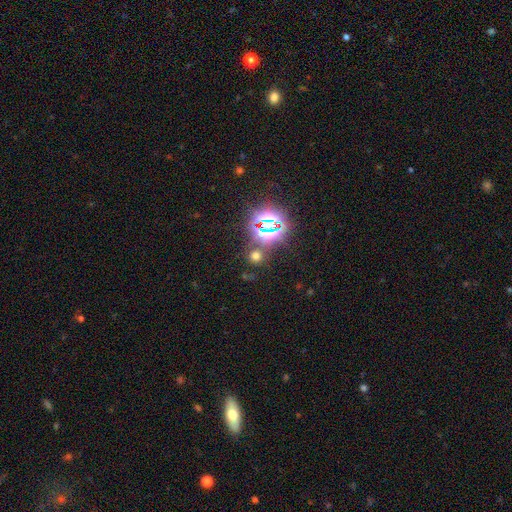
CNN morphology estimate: Q: Smooth or featured?
A: smooth (48%); runner-up: star or artifact (46%)
Q: Merging?
A: none (77%); runner-up: merger (10%)